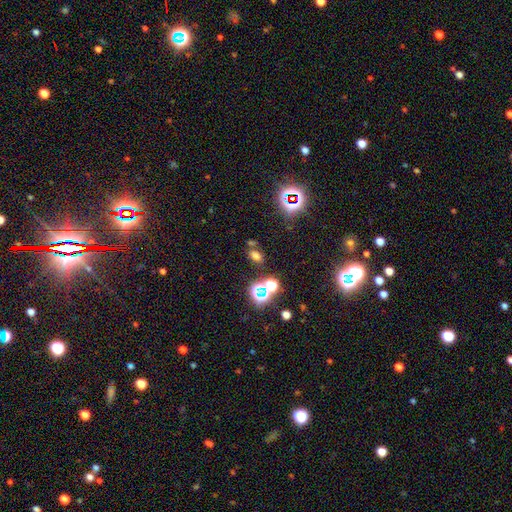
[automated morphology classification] smooth 58%, star or artifact 33%, featured or disk 9%. Down the decision tree: how rounded — in between (76%); merging — none (69%).